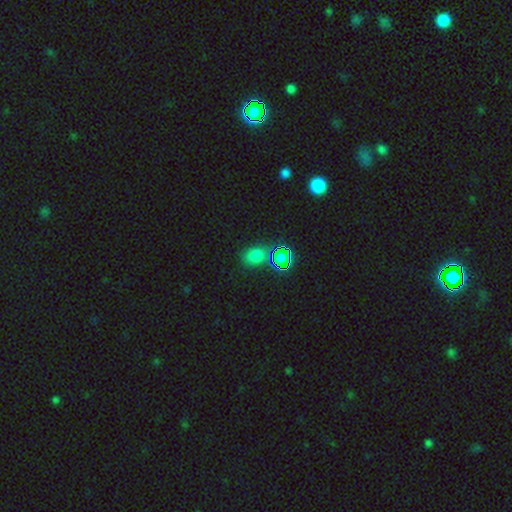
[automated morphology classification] smooth-or-featured: smooth: 63% | star or artifact: 31% | featured or disk: 5%
  how-rounded: in between: 54% | round: 44% | cigar-shaped: 2%
  merging: none: 77% | minor disturbance: 12% | merger: 7% | major disturbance: 4%